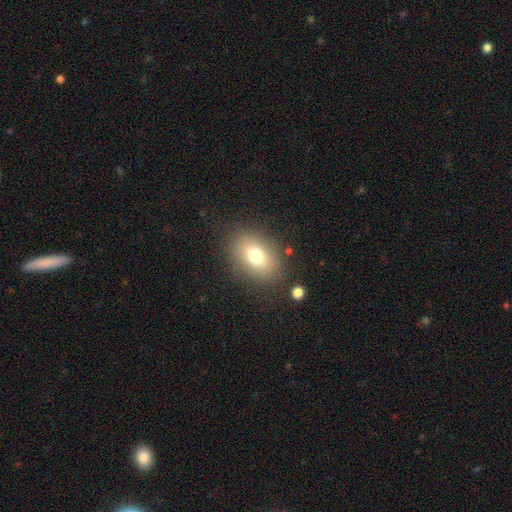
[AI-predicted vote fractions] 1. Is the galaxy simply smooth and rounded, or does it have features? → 76% smooth, 13% featured or disk, 11% star or artifact.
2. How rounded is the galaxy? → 73% in between, 26% round, 1% cigar-shaped.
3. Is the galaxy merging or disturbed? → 82% none, 11% minor disturbance, 5% major disturbance, 2% merger.